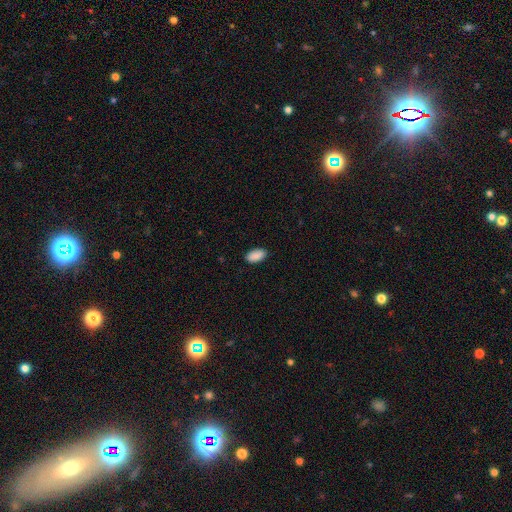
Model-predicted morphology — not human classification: Q: Smooth or featured?
A: smooth (91%); runner-up: star or artifact (7%)
Q: How rounded?
A: in between (95%); runner-up: round (3%)
Q: Merging?
A: none (88%); runner-up: minor disturbance (9%)